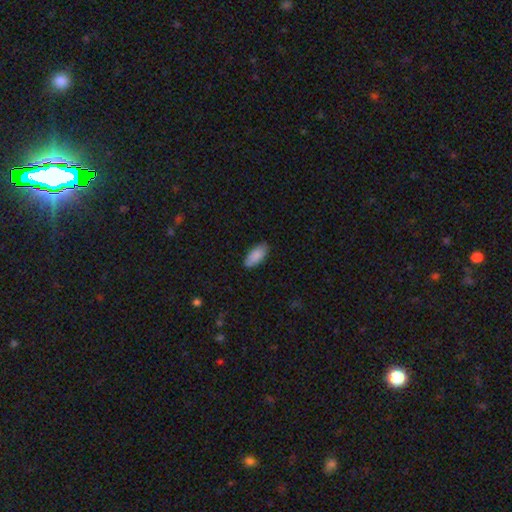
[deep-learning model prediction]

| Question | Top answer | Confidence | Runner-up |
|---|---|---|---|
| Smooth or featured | smooth | 89% | star or artifact (6%) |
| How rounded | in between | 90% | cigar-shaped (9%) |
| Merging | none | 85% | minor disturbance (12%) |